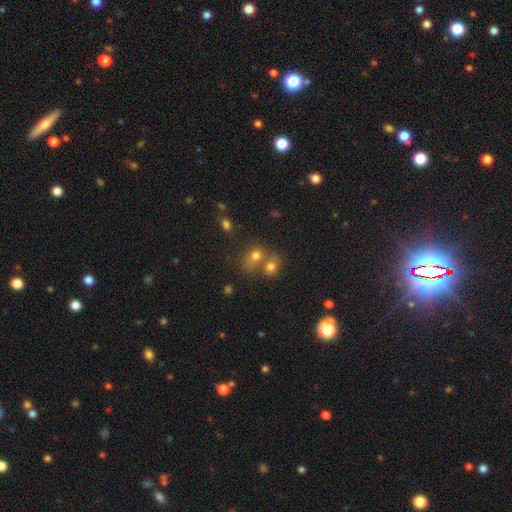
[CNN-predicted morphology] Smooth or featured? smooth (72%)
How rounded? round (65%)
Merging? merger (55%)